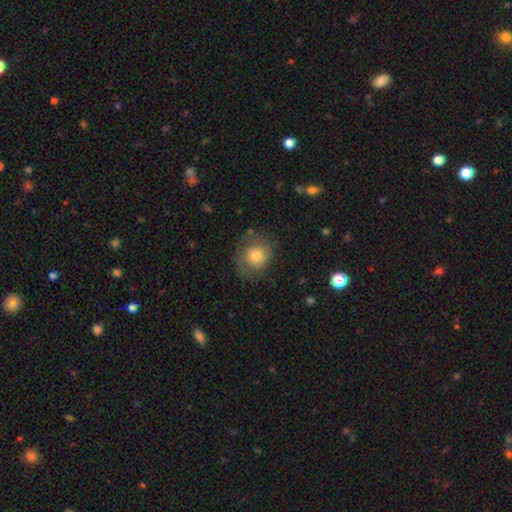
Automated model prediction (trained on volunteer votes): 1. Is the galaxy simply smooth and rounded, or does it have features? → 66% smooth, 25% featured or disk, 9% star or artifact.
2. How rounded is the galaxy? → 82% round, 17% in between, 1% cigar-shaped.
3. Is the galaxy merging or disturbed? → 65% none, 22% minor disturbance, 12% major disturbance, 2% merger.